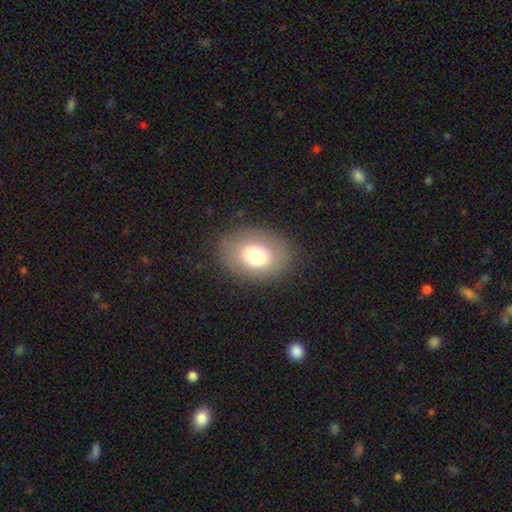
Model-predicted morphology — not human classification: smooth 73%, featured or disk 16%, star or artifact 11%. Down the decision tree: how rounded — in between (69%); merging — none (83%).